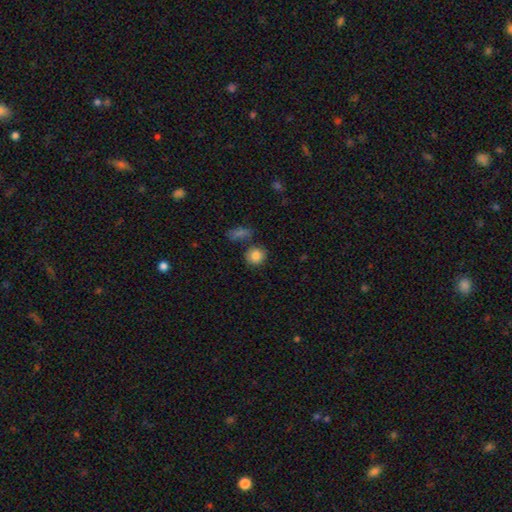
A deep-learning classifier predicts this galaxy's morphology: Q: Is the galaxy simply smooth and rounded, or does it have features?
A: smooth — 85%.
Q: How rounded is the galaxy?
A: round — 82%.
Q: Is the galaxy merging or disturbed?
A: none — 74%.